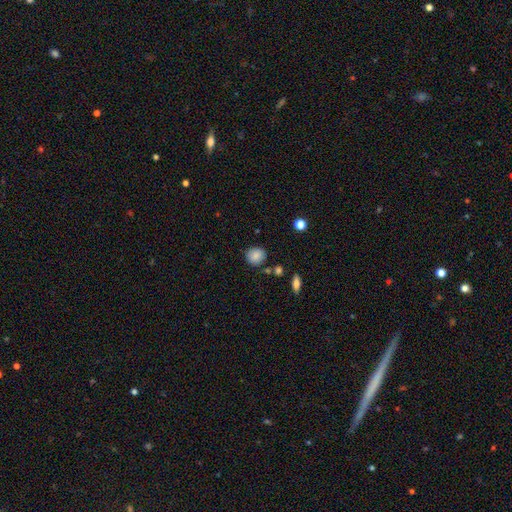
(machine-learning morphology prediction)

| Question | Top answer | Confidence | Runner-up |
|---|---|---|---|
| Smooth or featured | smooth | 86% | star or artifact (9%) |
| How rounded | round | 80% | in between (18%) |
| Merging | none | 83% | minor disturbance (11%) |